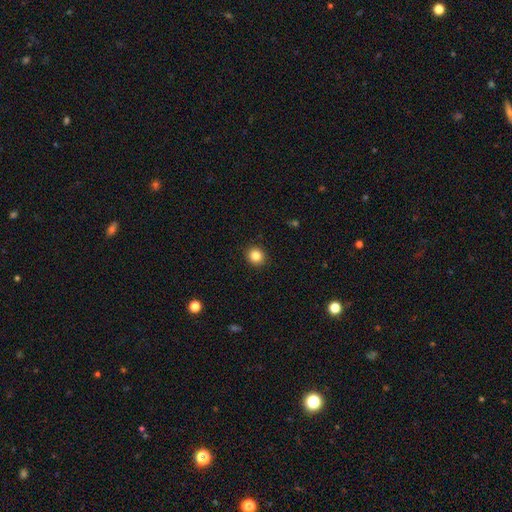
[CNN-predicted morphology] type=smooth (85%); roundness=round (85%); merging=none (92%).